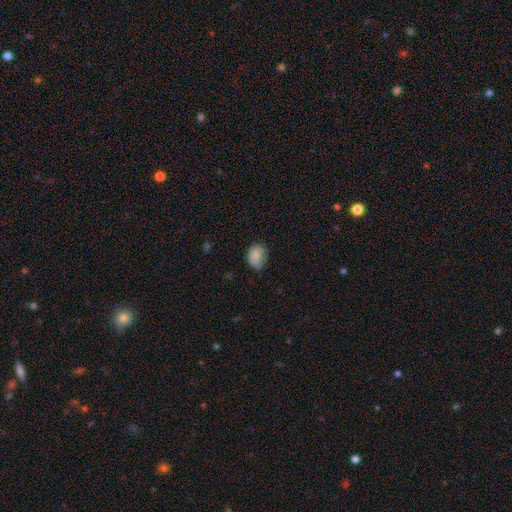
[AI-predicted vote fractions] Morphology: type=smooth (86%); roundness=in between (62%); merging=none (65%).